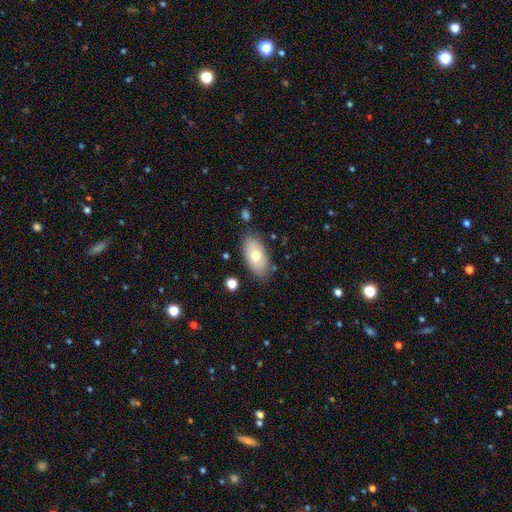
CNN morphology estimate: smooth-or-featured: smooth: 68% | featured or disk: 25% | star or artifact: 7%
  how-rounded: in between: 93% | round: 4% | cigar-shaped: 3%
  merging: none: 79% | minor disturbance: 15% | major disturbance: 3% | merger: 3%